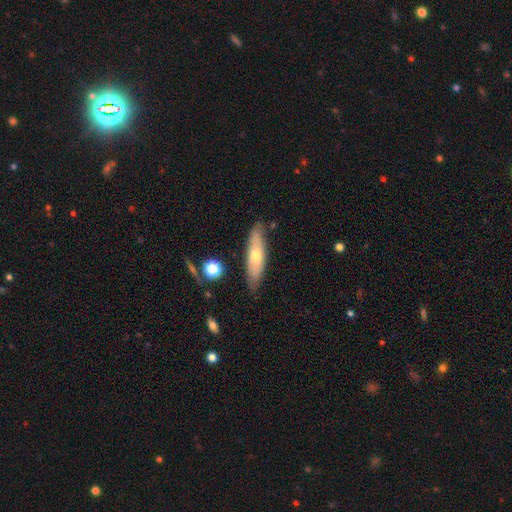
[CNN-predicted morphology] This appears to be a smooth galaxy with no disk features (51%) that is cigar-shaped (66%). Merging: none (80%).